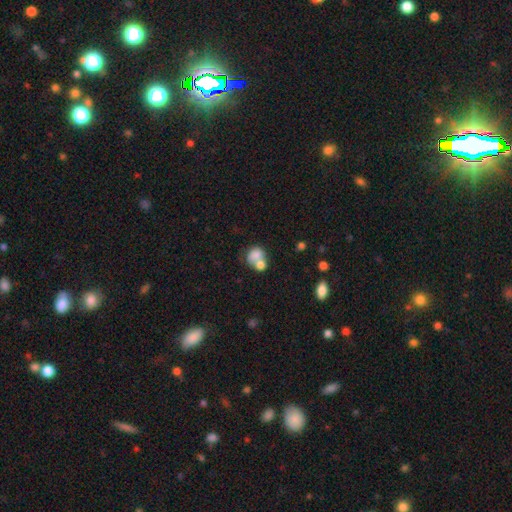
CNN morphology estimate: Smooth or featured? Predicted: smooth (p=0.72). How rounded? Predicted: round (p=0.56). Merging? Predicted: merger (p=0.60).